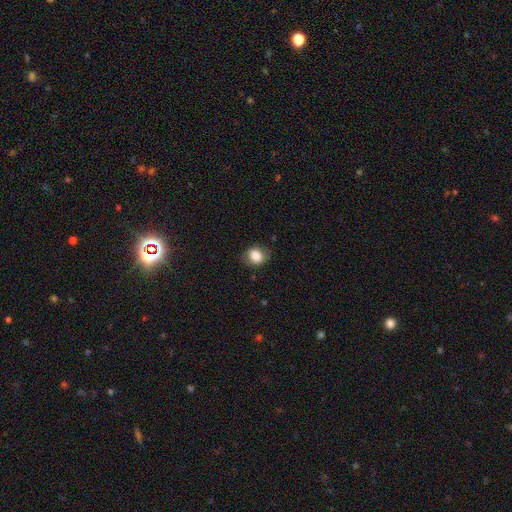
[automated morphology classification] Smooth or featured? Predicted: smooth (p=0.82). How rounded? Predicted: round (p=0.51). Merging? Predicted: none (p=0.74).